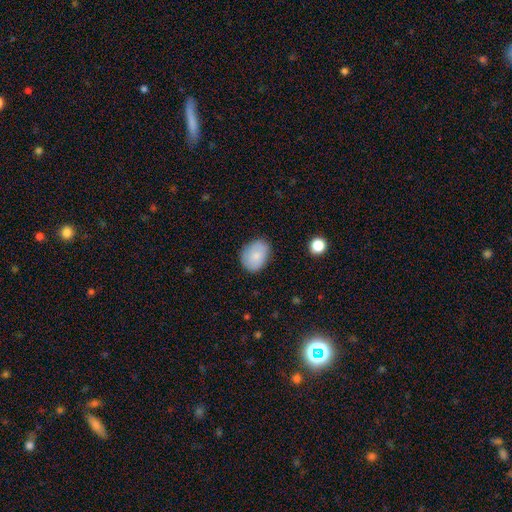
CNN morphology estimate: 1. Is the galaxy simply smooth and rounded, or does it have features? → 80% smooth, 12% featured or disk, 7% star or artifact.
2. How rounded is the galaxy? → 65% in between, 34% round, 1% cigar-shaped.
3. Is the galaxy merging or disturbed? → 78% none, 17% minor disturbance, 4% major disturbance, 1% merger.